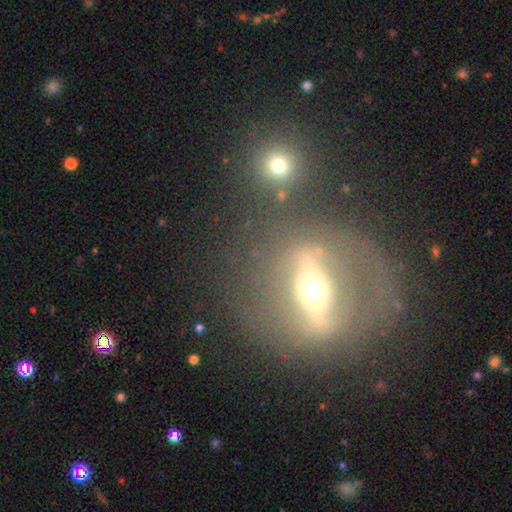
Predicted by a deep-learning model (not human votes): Smooth or featured? featured or disk (75%)
Edge-on disk? no (66%)
Merging? none (62%)